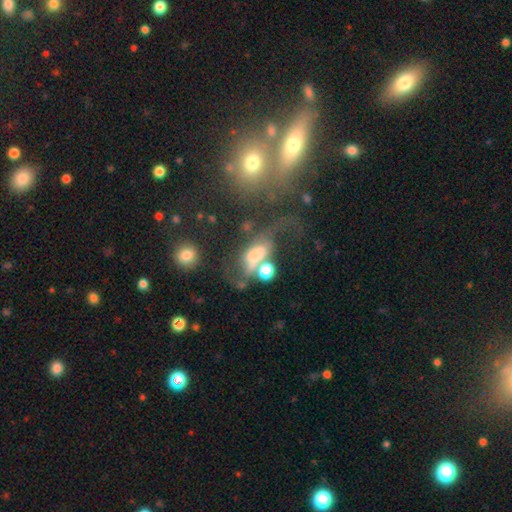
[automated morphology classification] Smooth or featured? Predicted: smooth (p=0.44). Merging? Predicted: merger (p=0.37).